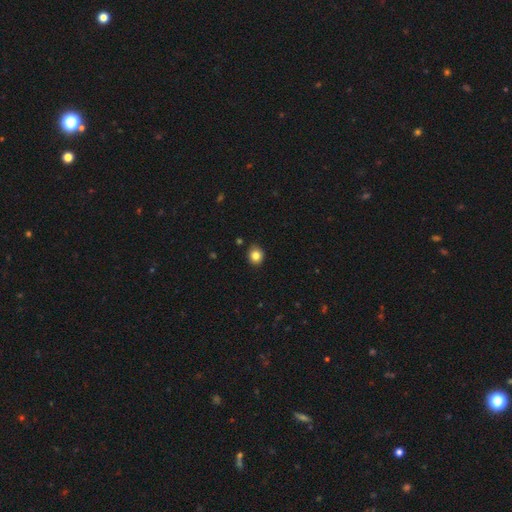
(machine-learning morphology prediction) A smooth galaxy with no disk features (84%) that is round (73%). Merging: none (88%).